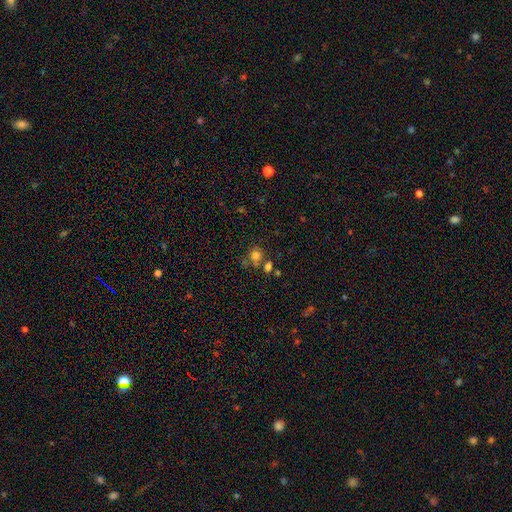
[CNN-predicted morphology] Overall: smooth (75%). How rounded: round (74%). Merging: none (56%; merger 24%).